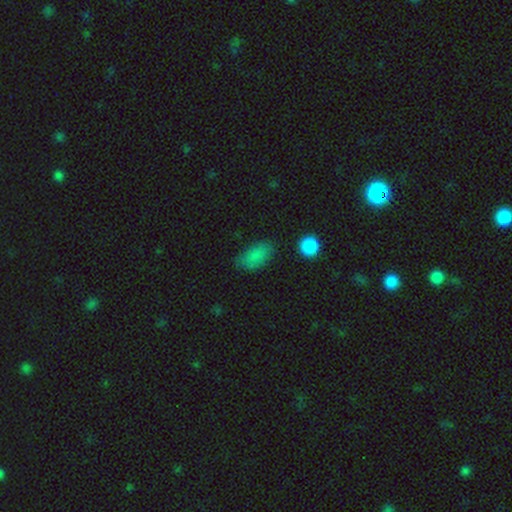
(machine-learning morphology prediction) type=smooth (84%); roundness=in between (91%); merging=none (74%).